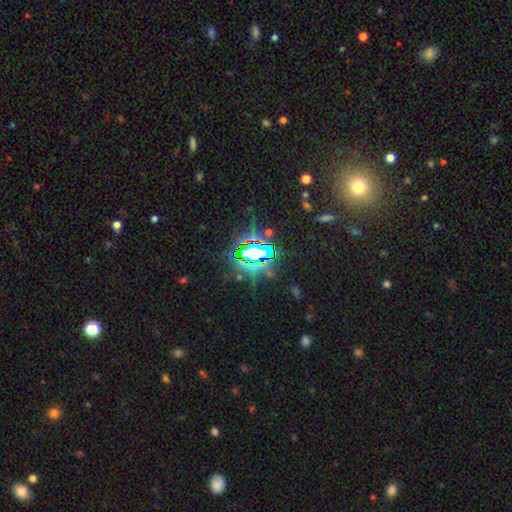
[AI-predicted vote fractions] smooth_or_featured: star or artifact (p=0.79) [alt: featured or disk p=0.11]